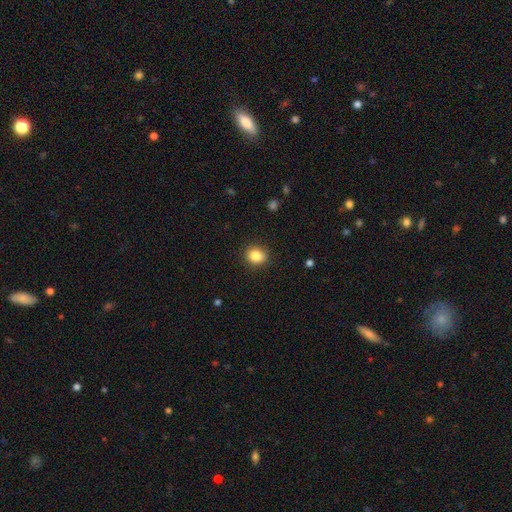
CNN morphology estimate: The model was most divided on "how rounded": round: 67%, in between: 32%, cigar-shaped: 1%. More confident: merging — none (87%); smooth or featured — smooth (84%).